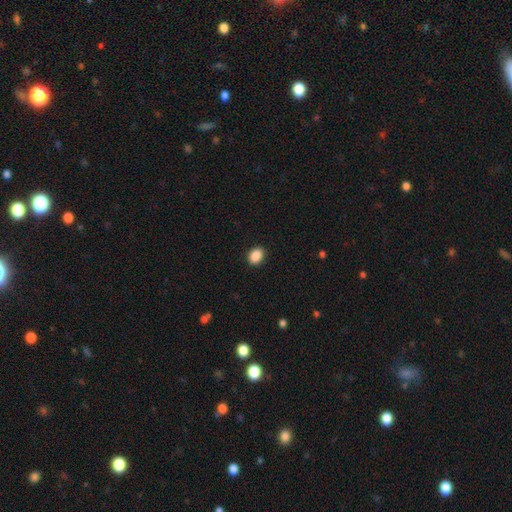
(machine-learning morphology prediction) Smooth or featured? smooth (89%)
How rounded? in between (67%)
Merging? none (90%)